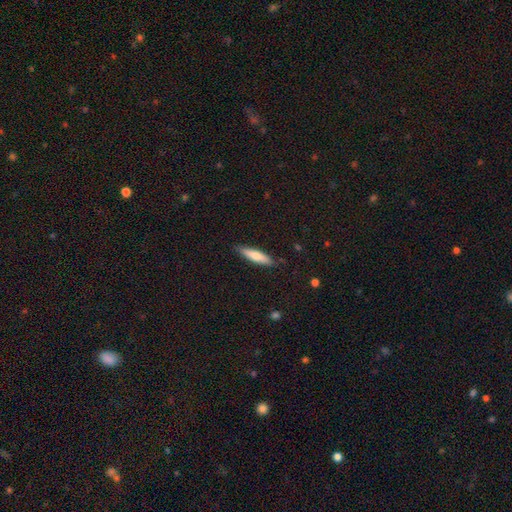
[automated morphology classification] Smooth or featured: smooth — 68% (featured or disk — 26%)
How rounded: cigar-shaped — 77% (in between — 22%)
Merging: none — 87% (minor disturbance — 10%)